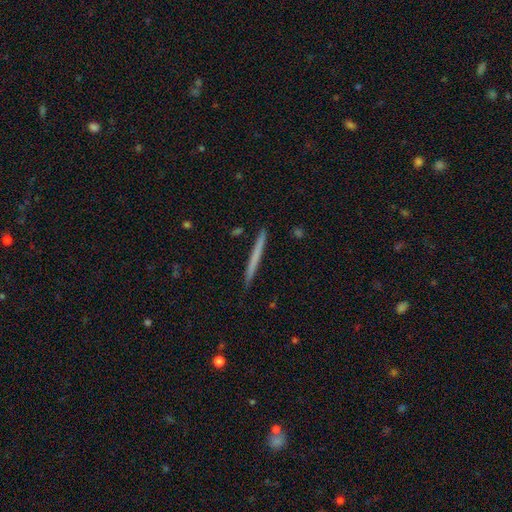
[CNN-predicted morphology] A smooth galaxy with no disk features (56%) that is cigar-shaped (97%).

Vote fractions:
- Smooth or featured? smooth: 56% / featured or disk: 38% / star or artifact: 5%
- How rounded? cigar-shaped: 97% / in between: 1% / round: 1%
- Merging? none: 92% / minor disturbance: 6% / merger: 1% / major disturbance: 1%